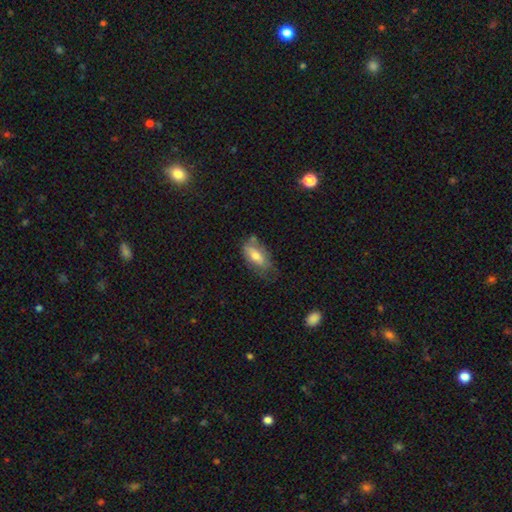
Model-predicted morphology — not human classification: Smooth or featured: smooth — 65% (featured or disk — 28%)
How rounded: in between — 85% (cigar-shaped — 11%)
Merging: none — 53% (minor disturbance — 31%)